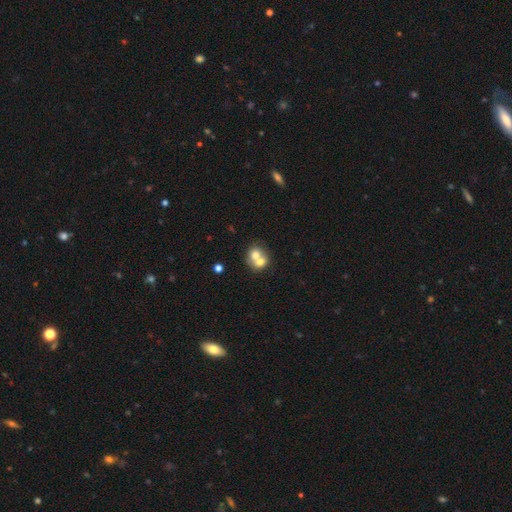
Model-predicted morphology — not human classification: Overall: smooth (67%). How rounded: round (68%; in between 31%). Merging: merger (67%).